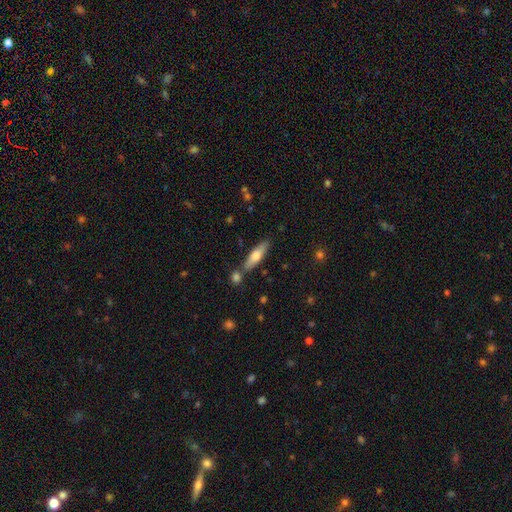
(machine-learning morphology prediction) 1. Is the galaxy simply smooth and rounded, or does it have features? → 59% smooth, 35% featured or disk, 6% star or artifact.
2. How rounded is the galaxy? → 68% cigar-shaped, 30% in between, 2% round.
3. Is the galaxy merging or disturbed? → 75% none, 12% minor disturbance, 10% merger, 3% major disturbance.